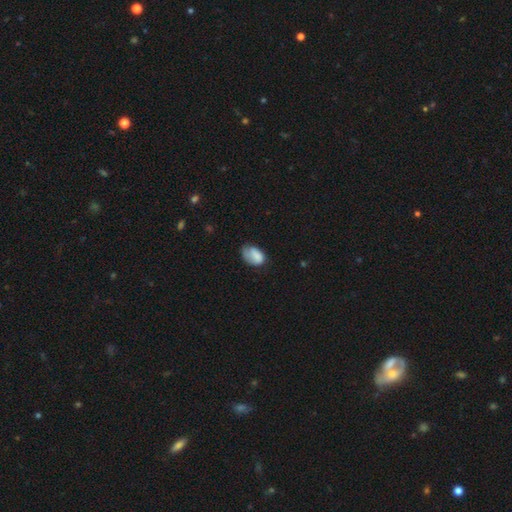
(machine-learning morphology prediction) Smooth or featured?
  - smooth: 75% *
  - featured or disk: 17%
  - star or artifact: 8%
How rounded?
  - in between: 84% *
  - round: 14%
  - cigar-shaped: 1%
Merging?
  - none: 39% *
  - minor disturbance: 37%
  - major disturbance: 22%
  - merger: 2%